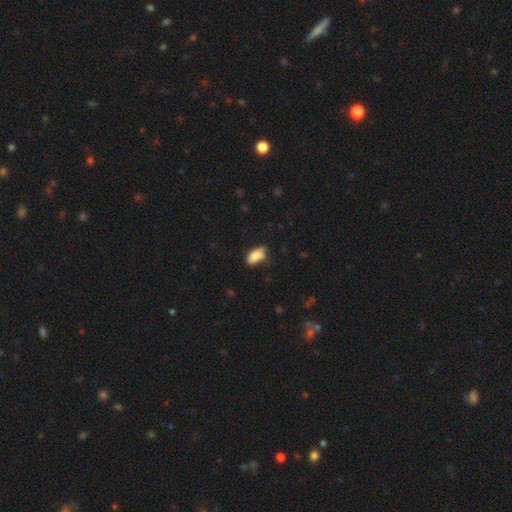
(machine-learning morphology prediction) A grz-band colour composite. It shows a smooth galaxy with no disk features (82%) that is in between round and cigar-shaped (90%). Merging: none (64%).